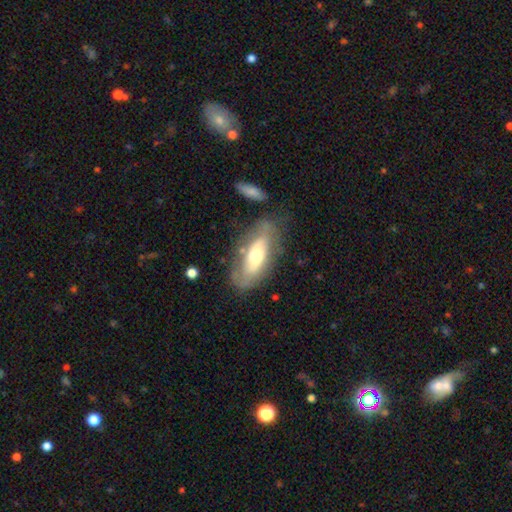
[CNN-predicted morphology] Smooth or featured: featured or disk — 48% (smooth — 45%)
Merging: none — 63% (minor disturbance — 21%)